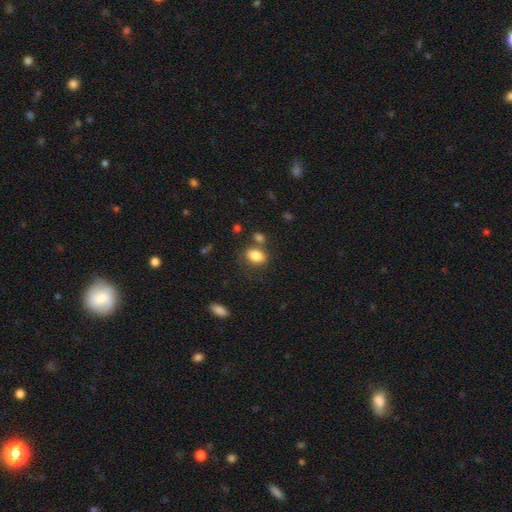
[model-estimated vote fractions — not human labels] The model was most divided on "merging": none: 68%, minor disturbance: 14%, merger: 14%, major disturbance: 4%. More confident: smooth or featured — smooth (85%); how rounded — in between (83%).